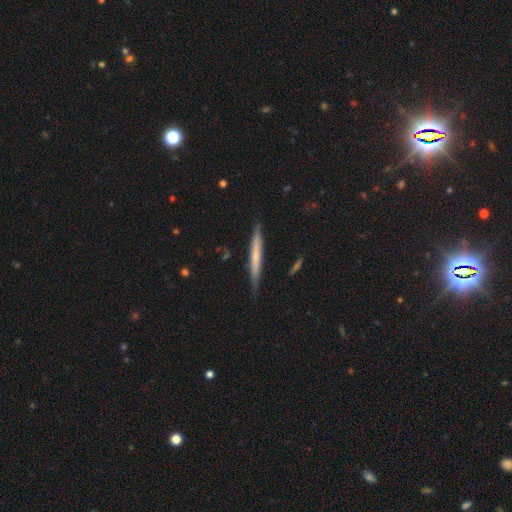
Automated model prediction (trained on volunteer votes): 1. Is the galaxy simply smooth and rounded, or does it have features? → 53% smooth, 42% featured or disk, 5% star or artifact.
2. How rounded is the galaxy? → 96% cigar-shaped, 2% in between, 1% round.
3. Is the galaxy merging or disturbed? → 85% none, 12% minor disturbance, 2% major disturbance, 1% merger.